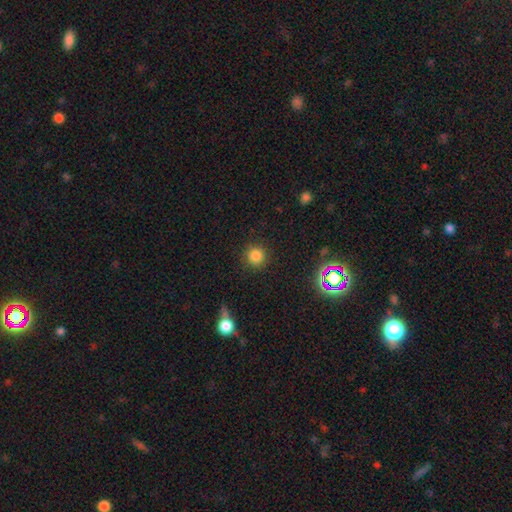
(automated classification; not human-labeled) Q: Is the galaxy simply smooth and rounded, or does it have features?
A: smooth — 81%.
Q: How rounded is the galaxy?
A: round — 94%.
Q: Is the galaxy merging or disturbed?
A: none — 88%.